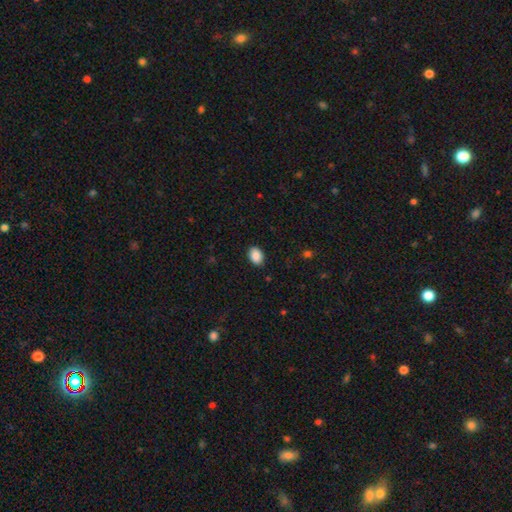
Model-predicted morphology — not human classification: This is clearly a smooth galaxy (89%). How rounded: likely in between (79%). Merging: clearly none (89%).